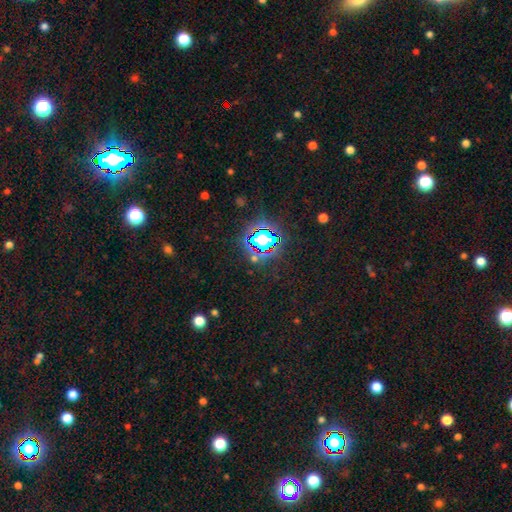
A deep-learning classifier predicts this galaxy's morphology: star or artifact 75%, smooth 16%, featured or disk 9%.